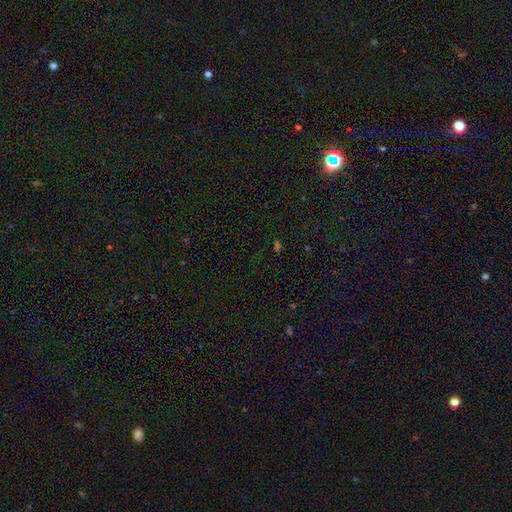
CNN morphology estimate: smooth-or-featured: star or artifact: 74% | smooth: 17% | featured or disk: 9%